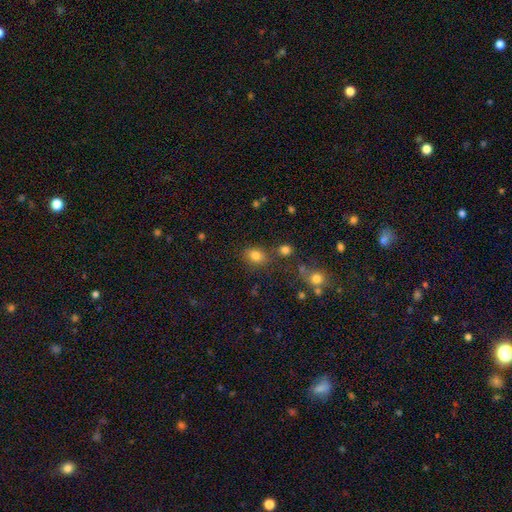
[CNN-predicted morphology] Smooth or featured: smooth — 80% (star or artifact — 13%)
How rounded: in between — 54% (round — 44%)
Merging: none — 74% (minor disturbance — 13%)